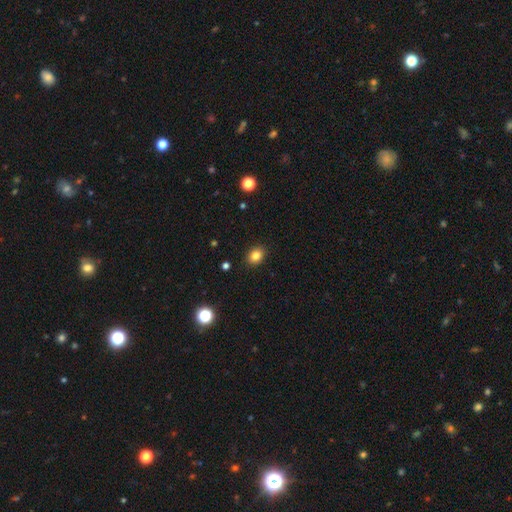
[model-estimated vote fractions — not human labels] Smooth or featured: smooth — 83% (star or artifact — 11%)
How rounded: in between — 60% (round — 39%)
Merging: none — 89% (minor disturbance — 8%)